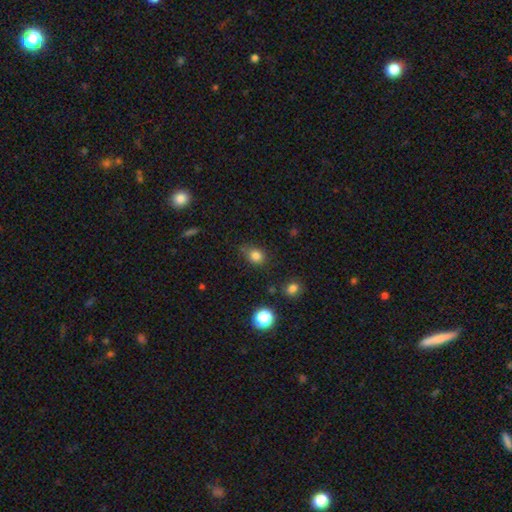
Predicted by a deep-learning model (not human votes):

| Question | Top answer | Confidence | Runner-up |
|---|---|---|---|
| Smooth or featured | smooth | 81% | star or artifact (14%) |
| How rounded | round | 58% | in between (41%) |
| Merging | none | 65% | minor disturbance (26%) |